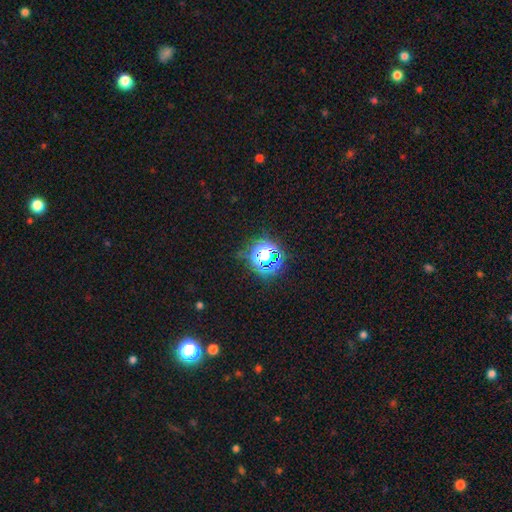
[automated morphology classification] star or artifact 73%, smooth 19%, featured or disk 8%.